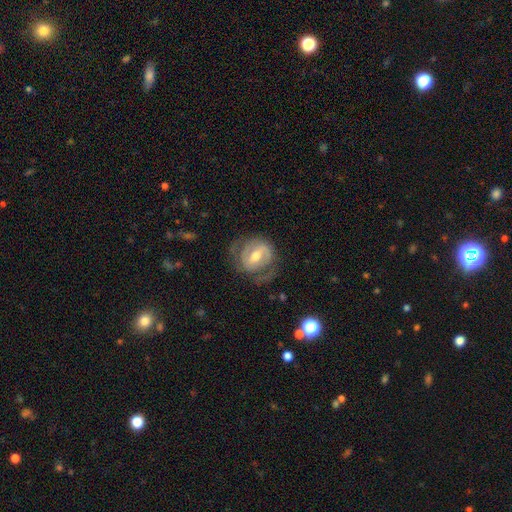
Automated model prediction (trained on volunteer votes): Smooth or featured: featured or disk — 72% (smooth — 22%)
Edge-on disk: no — 96% (yes — 4%)
Bar: weak — 43% (strong — 40%)
Spiral arms: yes — 76% (no — 24%)
Spiral winding: medium — 41% (tight — 39%)
Spiral arm count: 2 — 73% (can't tell — 15%)
Bulge size: moderate — 70% (small — 20%)
Merging: none — 59% (minor disturbance — 21%)